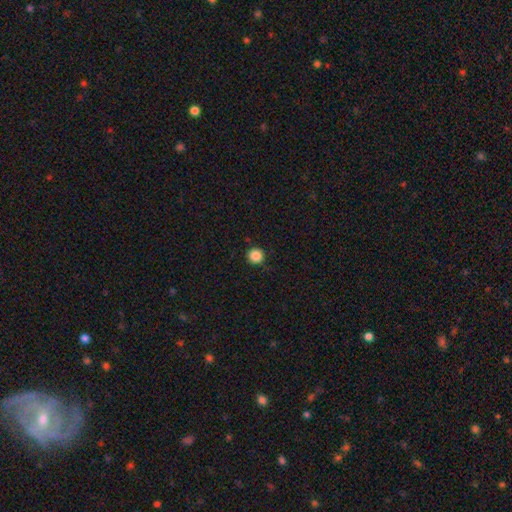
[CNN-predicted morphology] Smooth or featured? smooth (86%)
How rounded? round (96%)
Merging? none (91%)